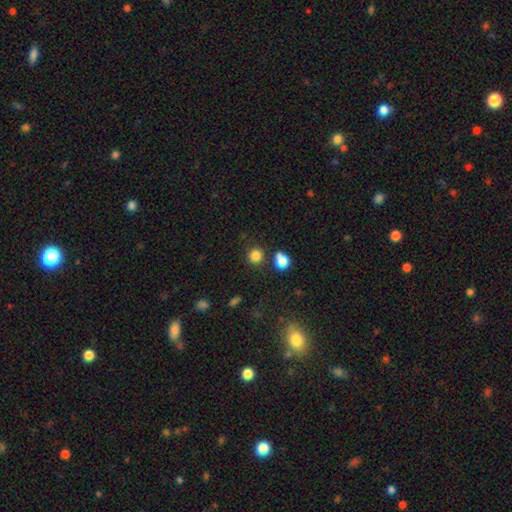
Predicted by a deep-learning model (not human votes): smooth_or_featured: smooth (p=0.82) [alt: star or artifact p=0.13]
how_rounded: round (p=0.91) [alt: in between p=0.08]
merging: none (p=0.79) [alt: merger p=0.10]